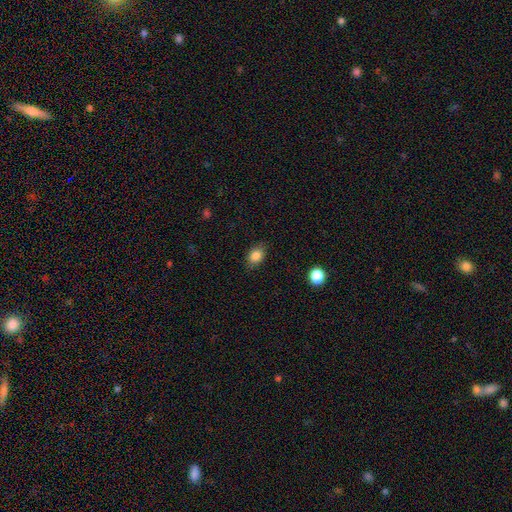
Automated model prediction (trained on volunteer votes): A smooth galaxy with no disk features (85%) that is in between round and cigar-shaped (68%). Merging: none (83%).